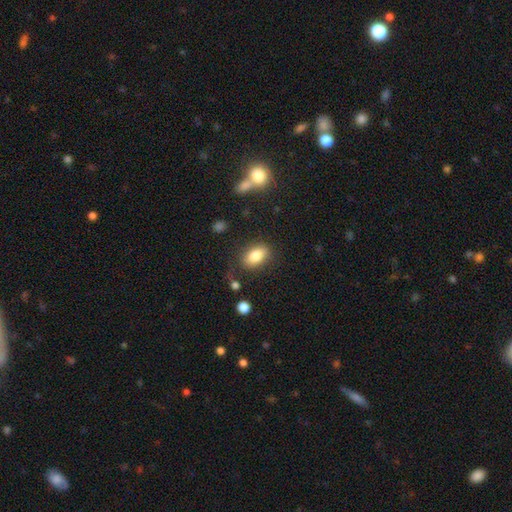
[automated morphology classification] Q: Smooth or featured?
A: smooth (83%); runner-up: featured or disk (9%)
Q: How rounded?
A: in between (88%); runner-up: round (10%)
Q: Merging?
A: none (77%); runner-up: minor disturbance (14%)